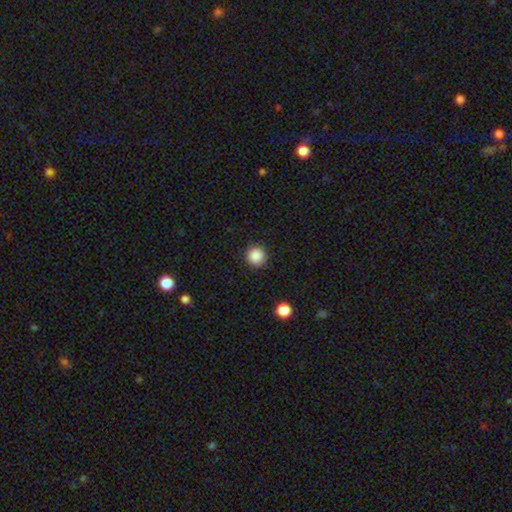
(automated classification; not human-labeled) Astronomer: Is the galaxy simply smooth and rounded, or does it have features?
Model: smooth — 87%.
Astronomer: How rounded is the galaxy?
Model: round — 95%.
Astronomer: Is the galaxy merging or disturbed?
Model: none — 91%.